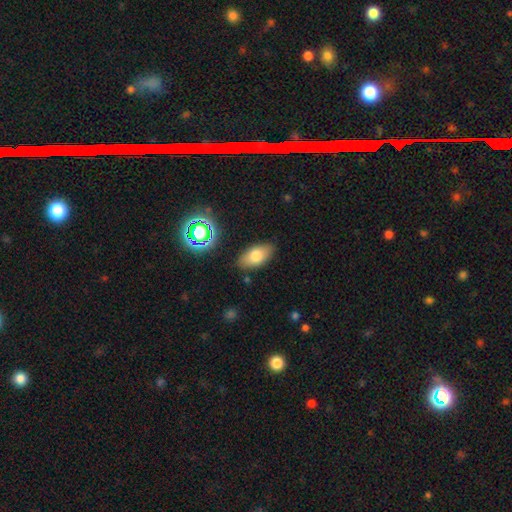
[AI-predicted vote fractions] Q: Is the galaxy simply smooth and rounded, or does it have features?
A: smooth — 75%.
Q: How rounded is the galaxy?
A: in between — 91%.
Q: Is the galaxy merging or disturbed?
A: none — 83%.